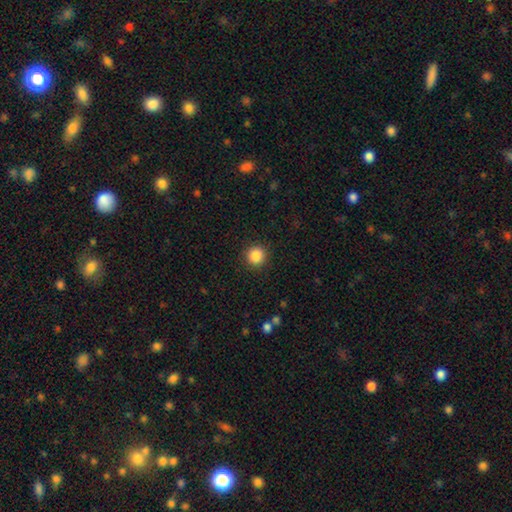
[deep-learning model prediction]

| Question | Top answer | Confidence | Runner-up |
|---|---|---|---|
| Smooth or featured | smooth | 87% | star or artifact (10%) |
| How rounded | round | 93% | in between (6%) |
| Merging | none | 91% | minor disturbance (5%) |